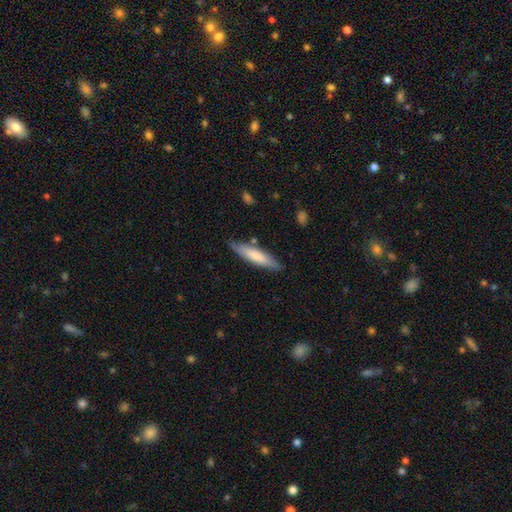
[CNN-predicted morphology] Smooth or featured? smooth (72%)
How rounded? cigar-shaped (78%)
Merging? none (81%)